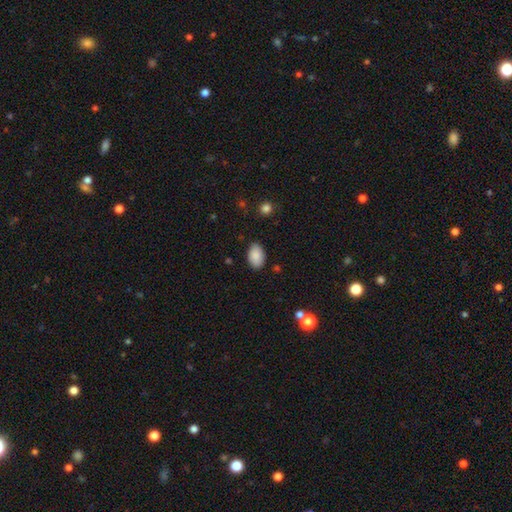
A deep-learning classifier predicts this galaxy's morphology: This is clearly a smooth galaxy (89%). How rounded: clearly in between (91%). Merging: clearly none (84%).